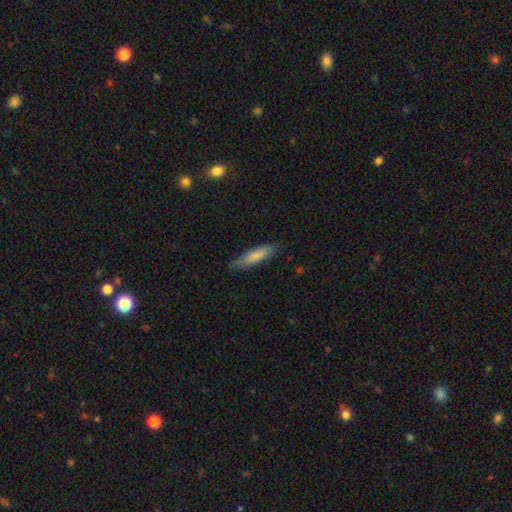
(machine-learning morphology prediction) smooth-or-featured: smooth: 82% | featured or disk: 13% | star or artifact: 6%
  how-rounded: cigar-shaped: 71% | in between: 28% | round: 1%
  merging: none: 79% | minor disturbance: 17% | major disturbance: 3% | merger: 1%